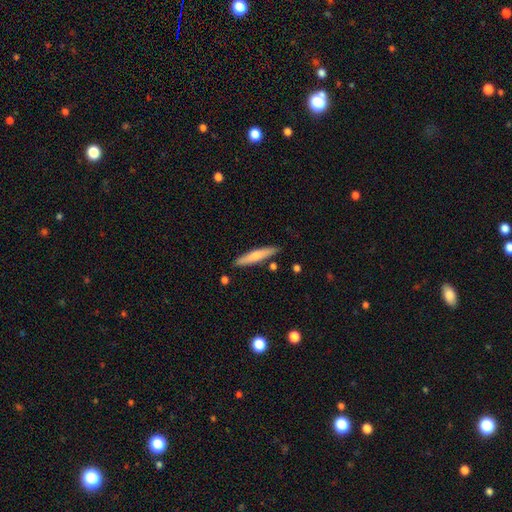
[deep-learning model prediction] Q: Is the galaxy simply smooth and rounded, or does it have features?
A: smooth — 66%.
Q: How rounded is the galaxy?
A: cigar-shaped — 88%.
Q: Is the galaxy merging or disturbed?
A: none — 85%.